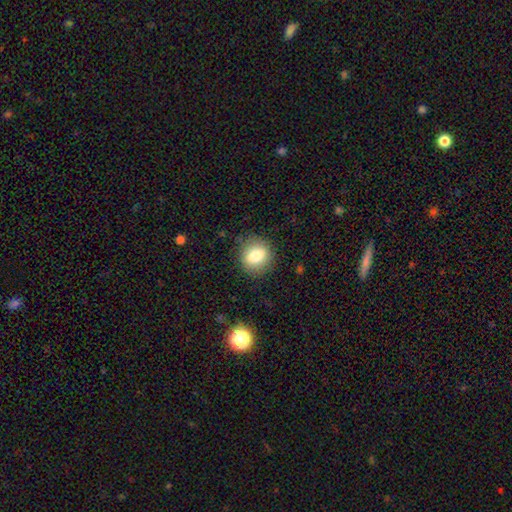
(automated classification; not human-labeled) A smooth galaxy with no disk features (80%) that is round (76%).

Vote fractions:
- Smooth or featured? smooth: 80% / featured or disk: 11% / star or artifact: 9%
- How rounded? round: 76% / in between: 23% / cigar-shaped: 1%
- Merging? none: 83% / minor disturbance: 12% / major disturbance: 4% / merger: 1%